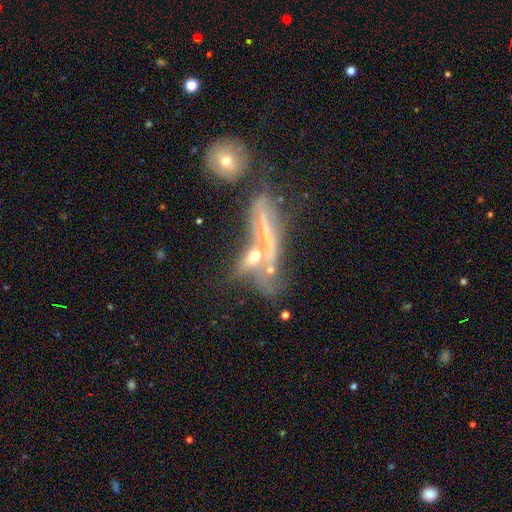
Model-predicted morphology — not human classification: smooth-or-featured: featured or disk: 51% | smooth: 35% | star or artifact: 14%
  disk-edge-on: no: 58% | yes: 42%
  merging: merger: 47% | none: 24% | major disturbance: 15% | minor disturbance: 13%